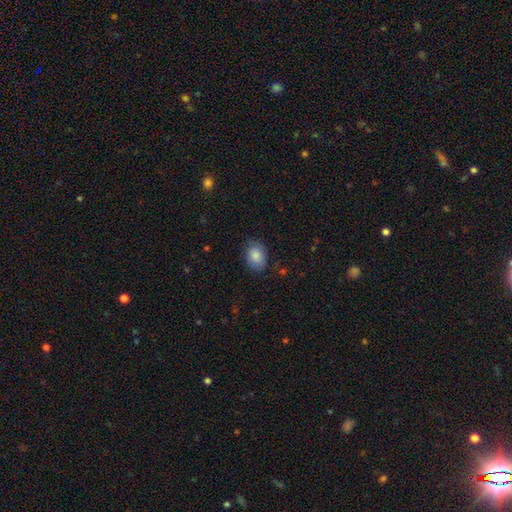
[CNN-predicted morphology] Overall: smooth (84%). How rounded: in between (76%). Merging: none (76%).